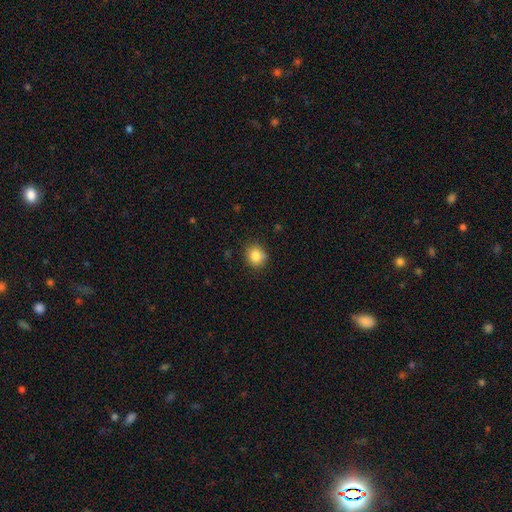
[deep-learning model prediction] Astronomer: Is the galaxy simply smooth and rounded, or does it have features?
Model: smooth — 84%.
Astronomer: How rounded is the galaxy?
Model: round — 82%.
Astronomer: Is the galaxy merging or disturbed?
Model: none — 85%.